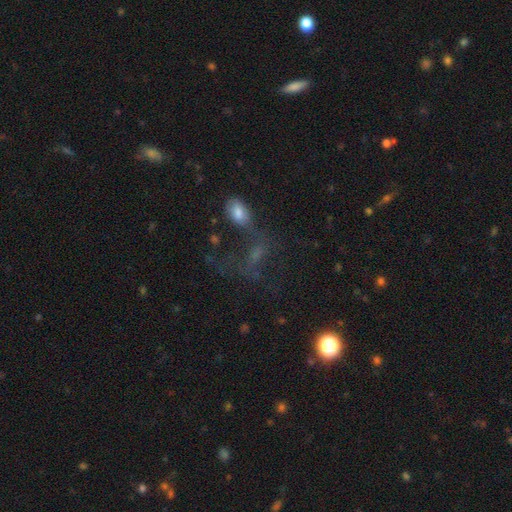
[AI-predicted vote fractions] smooth_or_featured: smooth (p=0.39) [alt: star or artifact p=0.34]
merging: none (p=0.37) [alt: major disturbance p=0.28]